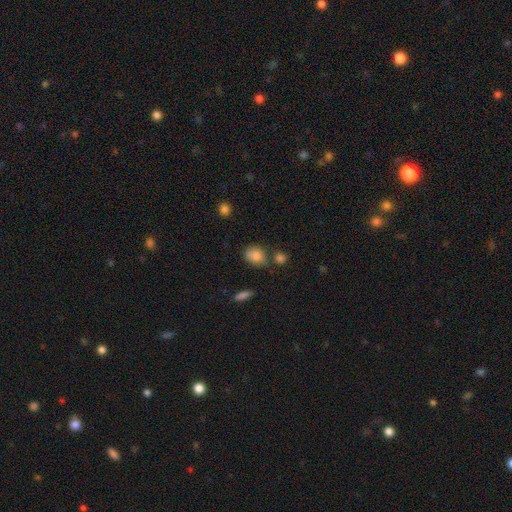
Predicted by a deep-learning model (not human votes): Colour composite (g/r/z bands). It shows a smooth galaxy with no disk features (84%) that is in between round and cigar-shaped (59%). Merging: none (64%).